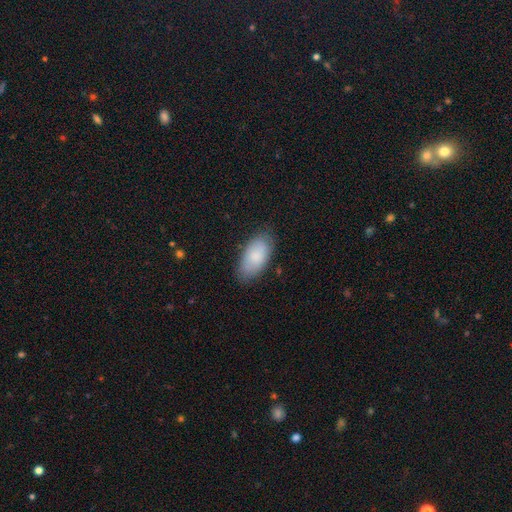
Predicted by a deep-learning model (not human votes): This appears to be a smooth galaxy with no disk features (83%) that is in between round and cigar-shaped (94%). Merging: none (80%).